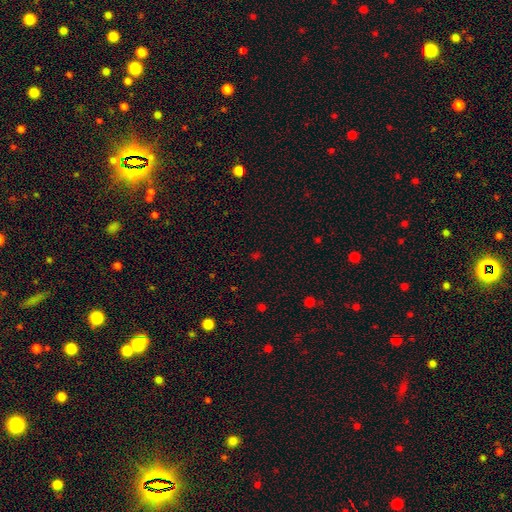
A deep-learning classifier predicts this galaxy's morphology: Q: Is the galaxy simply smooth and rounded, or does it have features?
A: star or artifact — 54%.